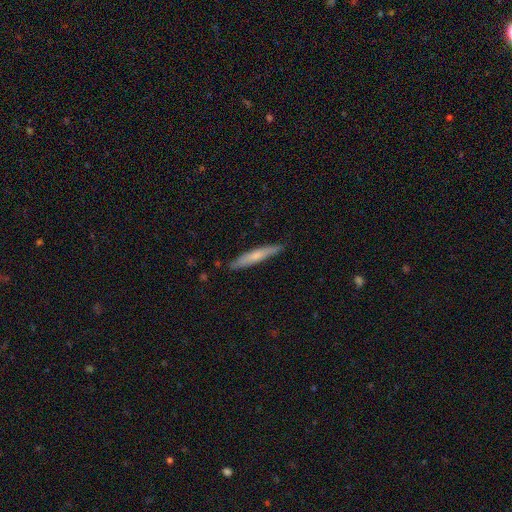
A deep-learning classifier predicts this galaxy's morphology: This appears to be a smooth galaxy with no disk features (63%) that is cigar-shaped (93%). Merging: none (88%).